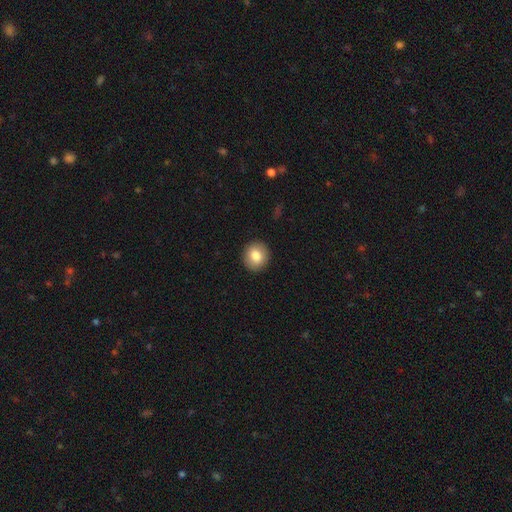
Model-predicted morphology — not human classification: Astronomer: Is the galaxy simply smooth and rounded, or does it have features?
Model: smooth — 82%.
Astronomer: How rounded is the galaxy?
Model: round — 87%.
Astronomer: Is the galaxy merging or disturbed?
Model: none — 92%.